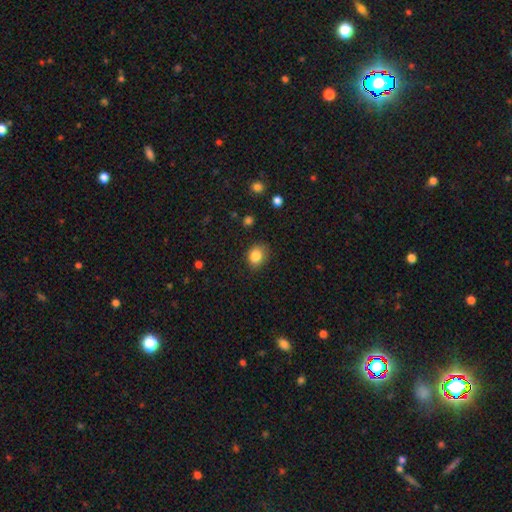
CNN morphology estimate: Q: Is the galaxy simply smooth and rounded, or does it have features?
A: smooth — 85%.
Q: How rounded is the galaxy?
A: round — 53%.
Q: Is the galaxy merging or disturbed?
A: none — 76%.